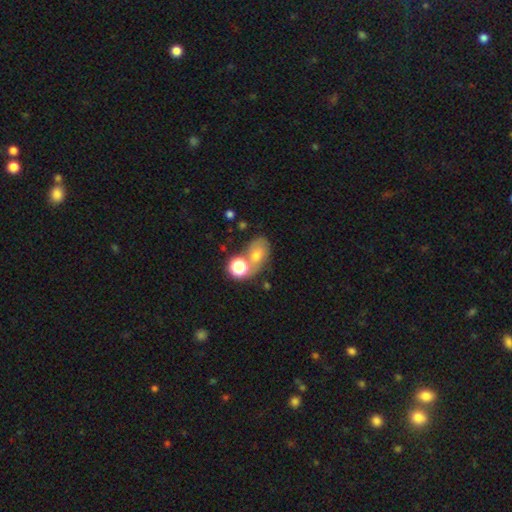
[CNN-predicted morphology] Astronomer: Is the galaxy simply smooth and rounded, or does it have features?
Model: smooth — 46% (runner-up: star or artifact, 33%).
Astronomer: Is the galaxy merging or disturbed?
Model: none — 44% (runner-up: merger, 35%).